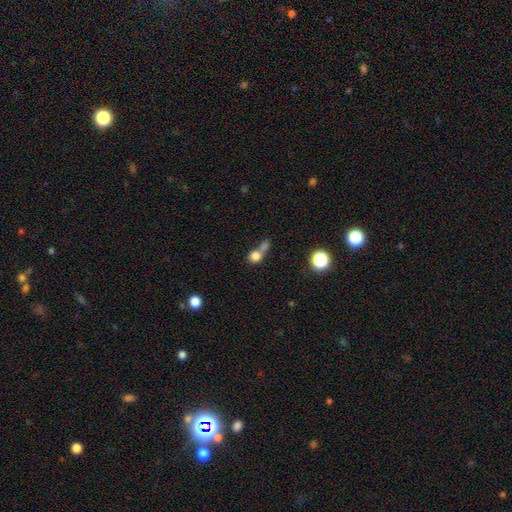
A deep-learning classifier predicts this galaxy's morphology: The model was most divided on "merging": merger: 56%, none: 31%, minor disturbance: 7%, major disturbance: 6%. More confident: how rounded — round (79%); smooth or featured — smooth (78%).